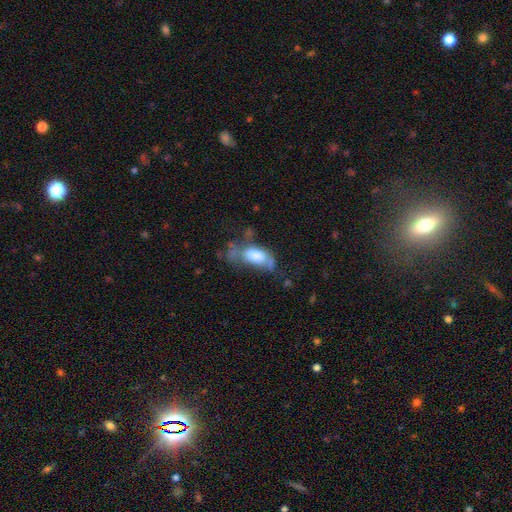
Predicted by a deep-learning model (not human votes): The model was most divided on "merging": major disturbance: 34%, minor disturbance: 26%, none: 25%, merger: 14%. More confident: how rounded — in between (88%); smooth or featured — smooth (65%).